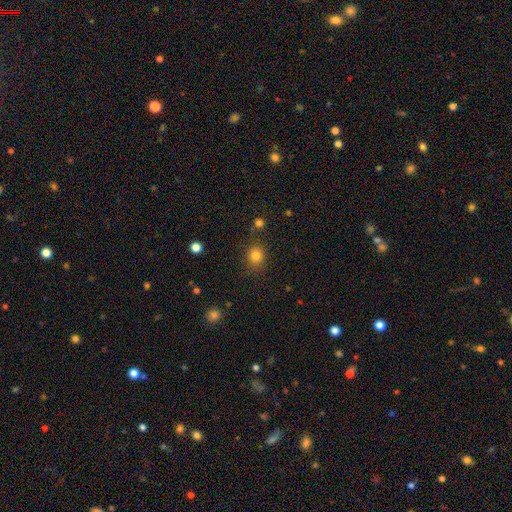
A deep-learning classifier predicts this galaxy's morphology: This is clearly a smooth galaxy (81%). How rounded: likely round (78%). Merging: clearly none (81%).